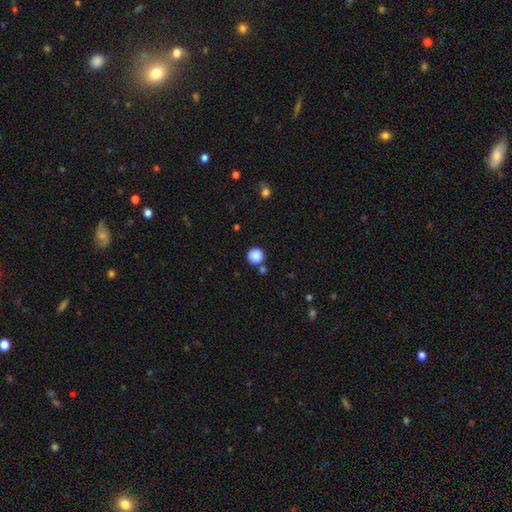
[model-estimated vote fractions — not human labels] Smooth or featured: smooth — 87% (star or artifact — 9%)
How rounded: round — 94% (in between — 5%)
Merging: none — 74% (merger — 13%)